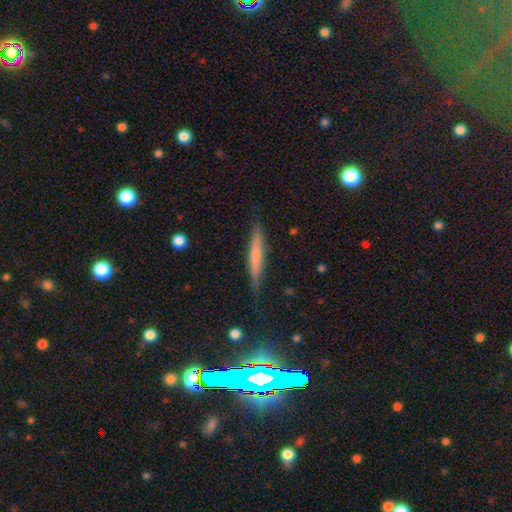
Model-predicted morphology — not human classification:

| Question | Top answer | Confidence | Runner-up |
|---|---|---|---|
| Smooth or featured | smooth | 58% | featured or disk (34%) |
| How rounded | cigar-shaped | 94% | in between (4%) |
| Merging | none | 86% | minor disturbance (11%) |